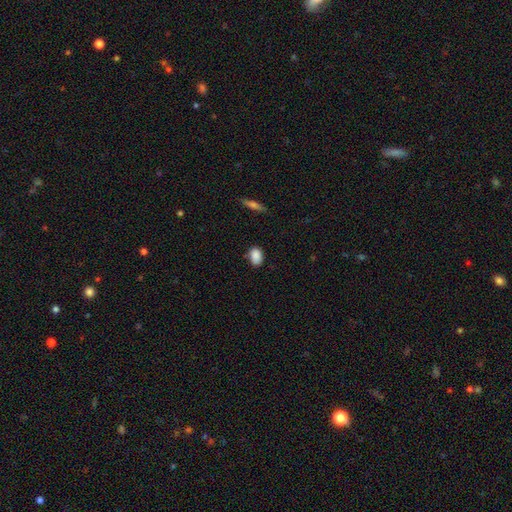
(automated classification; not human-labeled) smooth-or-featured: smooth: 88% | star or artifact: 8% | featured or disk: 5%
  how-rounded: in between: 82% | round: 16% | cigar-shaped: 2%
  merging: none: 75% | minor disturbance: 19% | major disturbance: 3% | merger: 2%